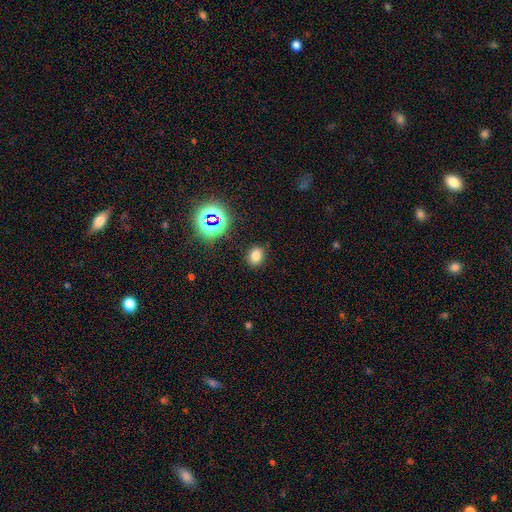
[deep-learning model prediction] A smooth galaxy with no disk features (73%) that is in between round and cigar-shaped (51%).

Vote fractions:
- Smooth or featured? smooth: 73% / star or artifact: 20% / featured or disk: 7%
- How rounded? in between: 51% / round: 48% / cigar-shaped: 1%
- Merging? none: 87% / minor disturbance: 9% / major disturbance: 3% / merger: 2%